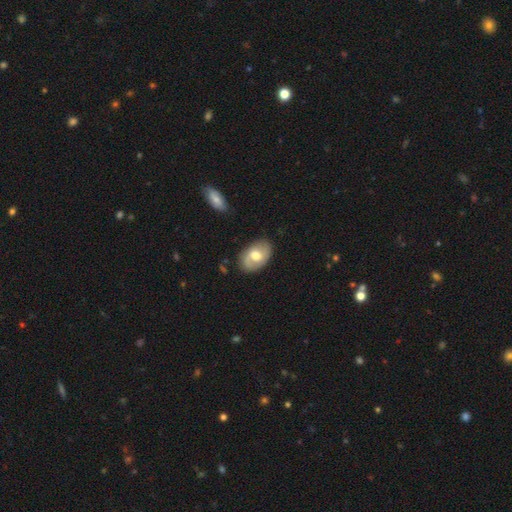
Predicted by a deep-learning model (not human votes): Q: Smooth or featured?
A: smooth (51%); runner-up: featured or disk (43%)
Q: How rounded?
A: in between (87%); runner-up: round (12%)
Q: Merging?
A: none (79%); runner-up: minor disturbance (15%)